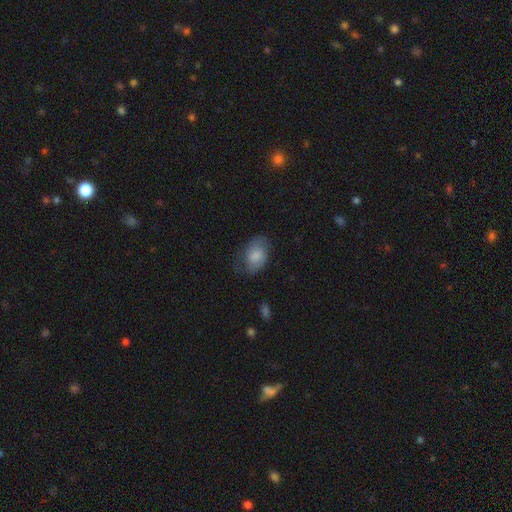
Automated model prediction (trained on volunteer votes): Smooth or featured? Predicted: smooth (p=0.65). How rounded? Predicted: in between (p=0.85). Merging? Predicted: none (p=0.62).